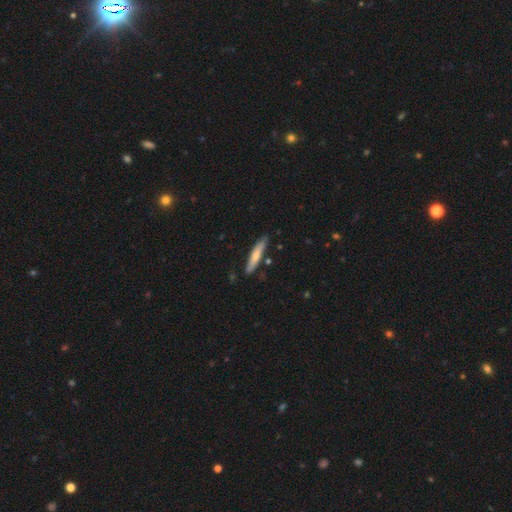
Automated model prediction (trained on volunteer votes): Q: Smooth or featured?
A: smooth (62%); runner-up: featured or disk (33%)
Q: How rounded?
A: cigar-shaped (89%); runner-up: in between (9%)
Q: Merging?
A: none (82%); runner-up: minor disturbance (12%)